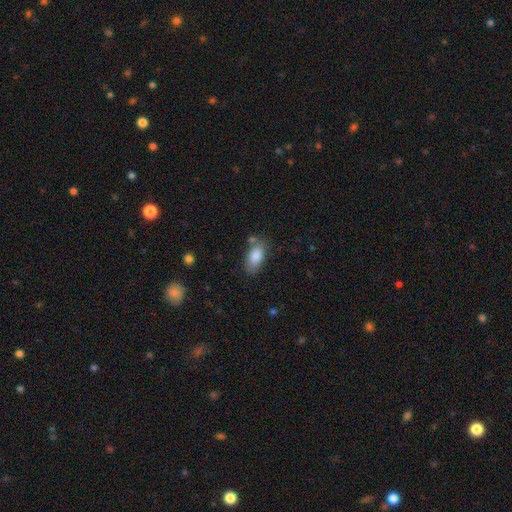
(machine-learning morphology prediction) Overall: smooth (85%). How rounded: in between (90%). Merging: none (68%).